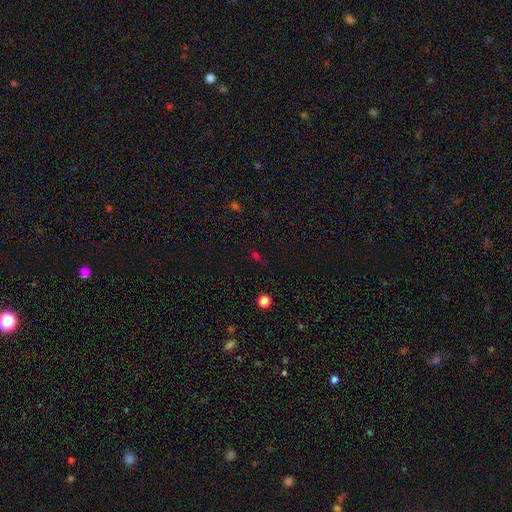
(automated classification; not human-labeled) star or artifact 46%, smooth 45%, featured or disk 8%.